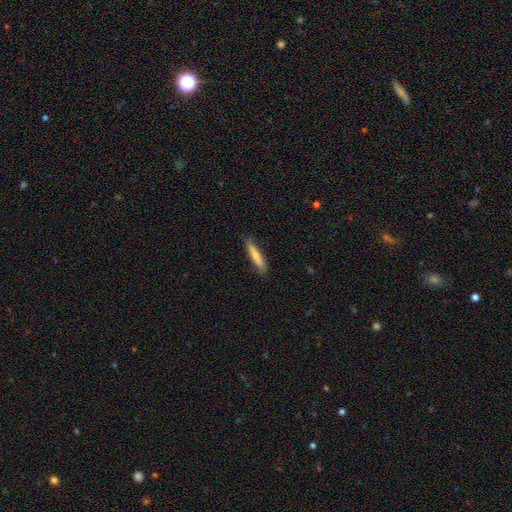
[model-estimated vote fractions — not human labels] smooth-or-featured: smooth: 71% | featured or disk: 23% | star or artifact: 6%
  how-rounded: cigar-shaped: 89% | in between: 9% | round: 1%
  merging: none: 86% | minor disturbance: 11% | major disturbance: 2% | merger: 1%